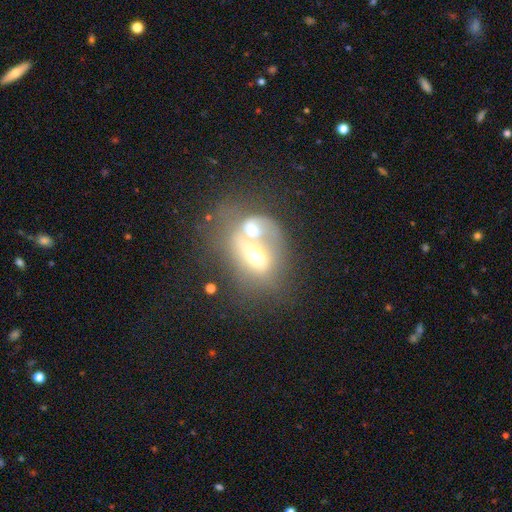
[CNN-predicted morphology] Smooth or featured? featured or disk (46%)
Merging? merger (76%)